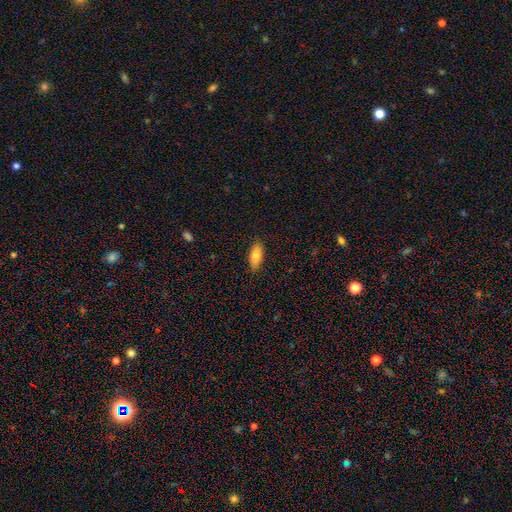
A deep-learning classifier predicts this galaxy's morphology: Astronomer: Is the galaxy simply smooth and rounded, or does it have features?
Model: smooth — 80%.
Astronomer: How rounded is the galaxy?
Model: in between — 82%.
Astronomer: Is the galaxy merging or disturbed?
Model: none — 87%.